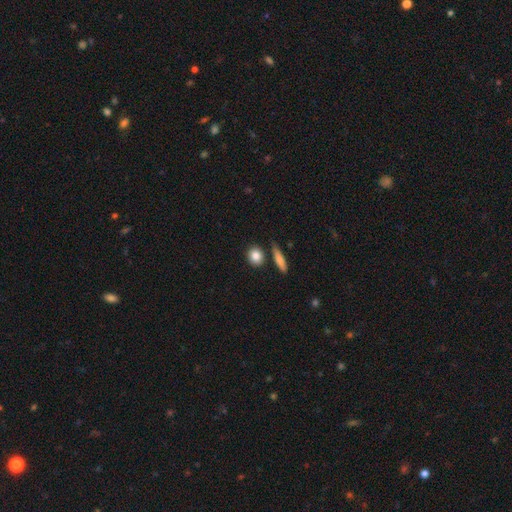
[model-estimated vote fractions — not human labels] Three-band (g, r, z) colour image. It shows a smooth galaxy with no disk features (85%) that is round (68%). Merging: none (79%).